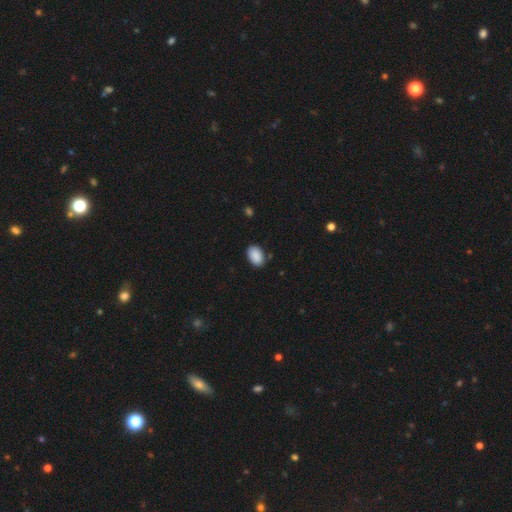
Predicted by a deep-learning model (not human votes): The model was most divided on "merging": none: 86%, minor disturbance: 11%, major disturbance: 2%, merger: 2%. More confident: smooth or featured — smooth (90%); how rounded — in between (89%).